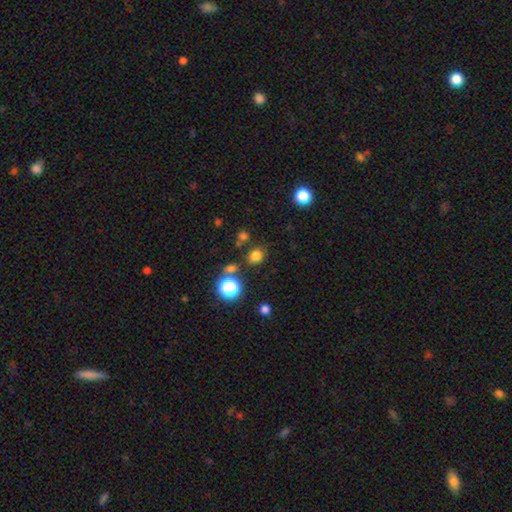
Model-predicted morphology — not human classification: A smooth galaxy with no disk features (76%) that is round (67%). Merging: none (78%).